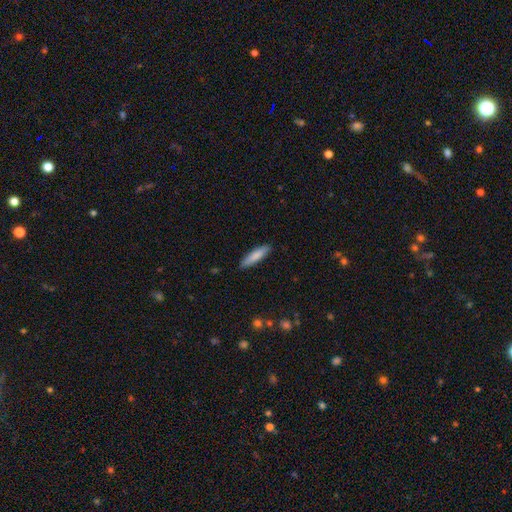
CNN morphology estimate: A smooth galaxy with no disk features (82%) that is cigar-shaped (80%). Merging: none (88%).